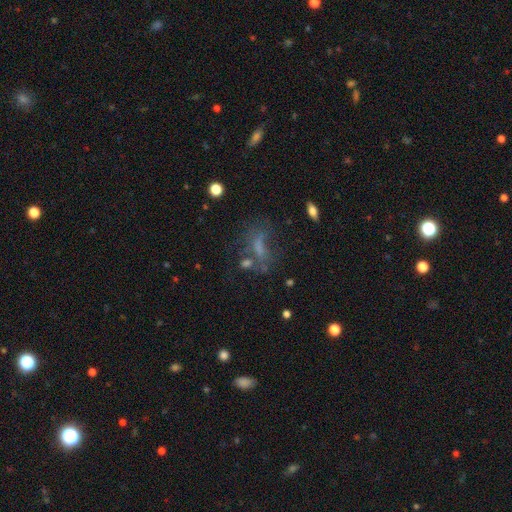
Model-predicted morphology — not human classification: A smooth galaxy with no disk features (39%).

Vote fractions:
- Smooth or featured? smooth: 39% / star or artifact: 31% / featured or disk: 30%
- Merging? none: 51% / major disturbance: 19% / minor disturbance: 19% / merger: 11%